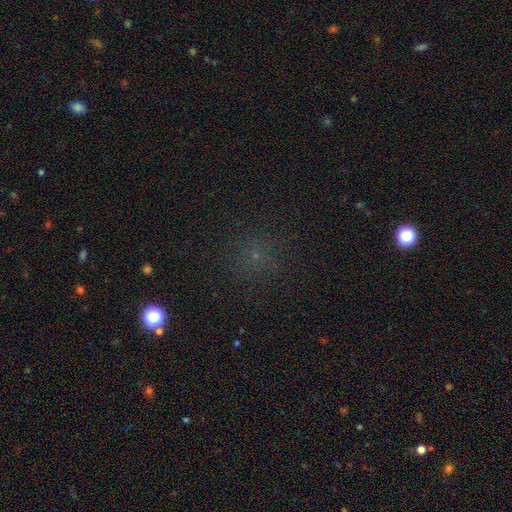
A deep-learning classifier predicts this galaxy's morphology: smooth_or_featured: smooth (p=0.54) [alt: star or artifact p=0.37]
how_rounded: round (p=0.91) [alt: in between p=0.08]
merging: none (p=0.83) [alt: minor disturbance p=0.10]